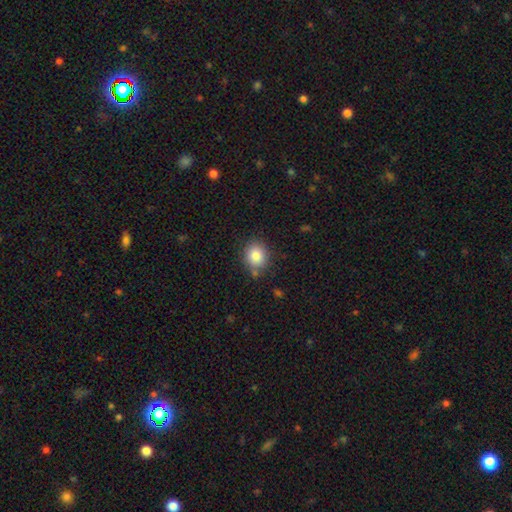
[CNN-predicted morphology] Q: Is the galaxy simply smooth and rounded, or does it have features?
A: smooth — 84%.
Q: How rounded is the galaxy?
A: round — 71%.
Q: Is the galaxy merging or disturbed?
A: none — 79%.